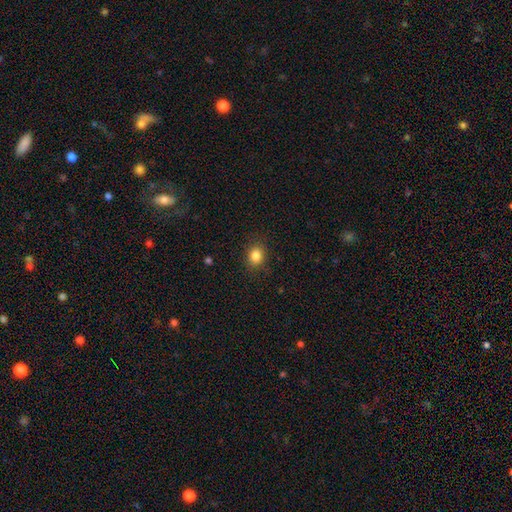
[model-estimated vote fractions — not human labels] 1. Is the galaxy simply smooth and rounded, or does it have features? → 84% smooth, 11% star or artifact, 5% featured or disk.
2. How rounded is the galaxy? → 59% round, 40% in between, 1% cigar-shaped.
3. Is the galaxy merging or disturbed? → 87% none, 9% minor disturbance, 3% major disturbance, 1% merger.